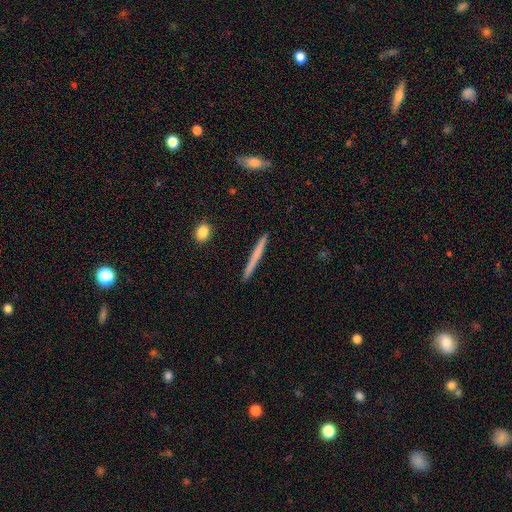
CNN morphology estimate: This is likely a smooth galaxy (61%). How rounded: clearly cigar-shaped (97%). Merging: clearly none (92%).